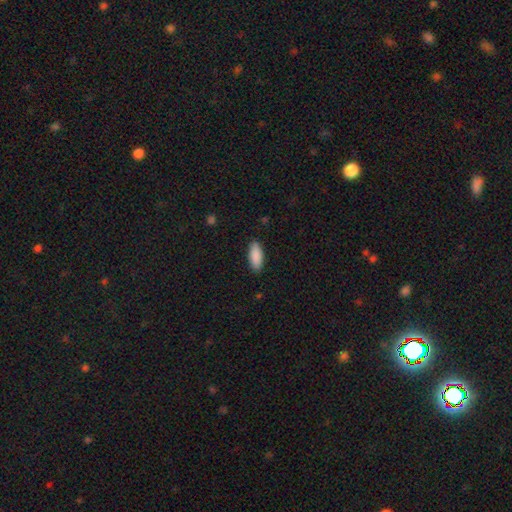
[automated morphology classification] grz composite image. It shows a smooth galaxy with no disk features (90%) that is in between round and cigar-shaped (79%). Merging: none (89%).